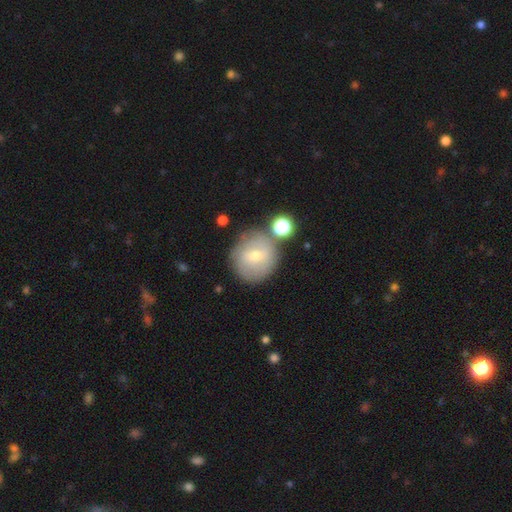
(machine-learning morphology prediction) Q: Smooth or featured?
A: smooth (51%); runner-up: featured or disk (39%)
Q: How rounded?
A: round (91%); runner-up: in between (8%)
Q: Merging?
A: none (71%); runner-up: minor disturbance (14%)